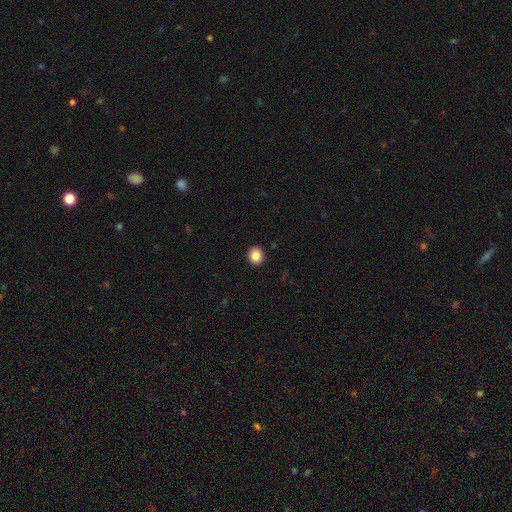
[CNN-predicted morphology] smooth-or-featured: smooth: 87% | star or artifact: 9% | featured or disk: 3%
  how-rounded: round: 82% | in between: 17% | cigar-shaped: 1%
  merging: none: 92% | minor disturbance: 5% | major disturbance: 2% | merger: 1%